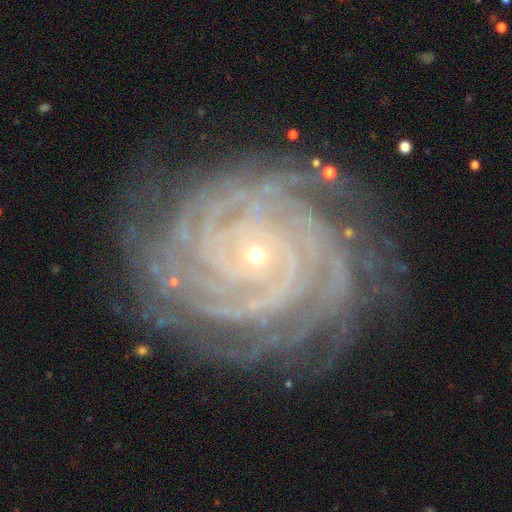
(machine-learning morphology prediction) Smooth or featured: featured or disk — 92% (star or artifact — 5%)
Edge-on disk: no — 98% (yes — 2%)
Bar: no — 75% (weak — 16%)
Spiral arms: yes — 99% (no — 1%)
Spiral winding: tight — 88% (medium — 11%)
Spiral arm count: more than 4 — 29% (4 — 21%)
Bulge size: small — 86% (moderate — 11%)
Merging: none — 80% (minor disturbance — 14%)